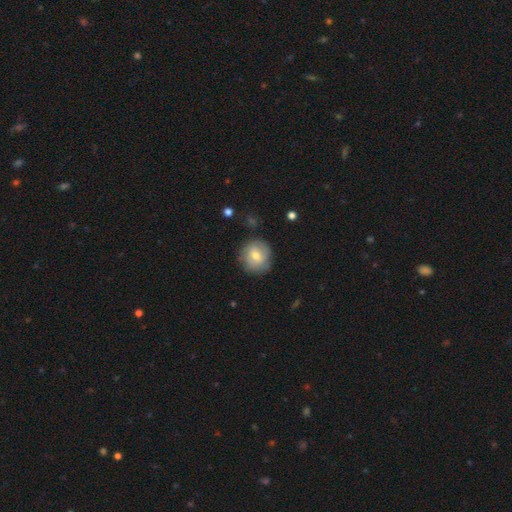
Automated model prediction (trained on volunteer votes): A smooth galaxy with no disk features (60%) that is round (87%). Merging: none (78%).